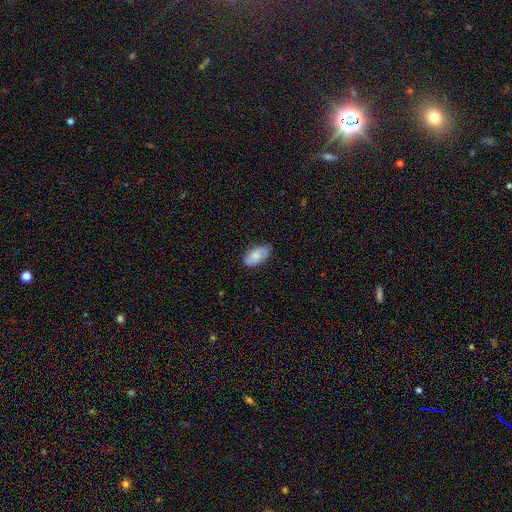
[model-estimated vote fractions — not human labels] A smooth galaxy with no disk features (82%) that is in between round and cigar-shaped (94%).

Vote fractions:
- Smooth or featured? smooth: 82% / featured or disk: 12% / star or artifact: 6%
- How rounded? in between: 94% / cigar-shaped: 3% / round: 3%
- Merging? none: 79% / minor disturbance: 17% / major disturbance: 3% / merger: 1%